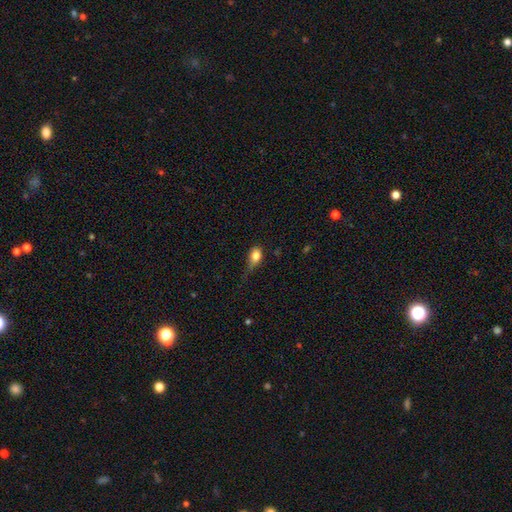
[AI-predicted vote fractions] This is clearly a smooth galaxy (81%). How rounded: likely in between (70%). Merging: marginally minor disturbance (42%).